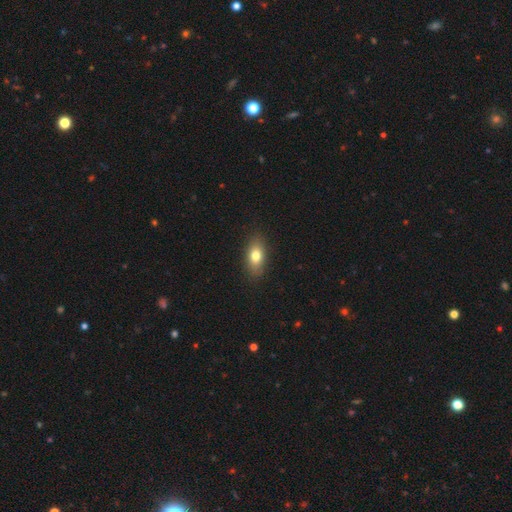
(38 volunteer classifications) Q: Smooth or featured?
A: smooth (92%); runner-up: featured or disk (5%)
Q: How rounded?
A: in between (83%); runner-up: cigar-shaped (17%)
Q: Merging?
A: none (92%); runner-up: minor disturbance (8%)